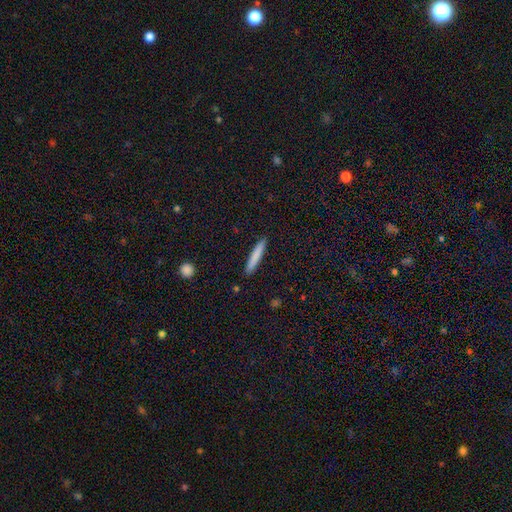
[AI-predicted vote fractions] smooth_or_featured: smooth (p=0.79) [alt: featured or disk p=0.15]
how_rounded: cigar-shaped (p=0.94) [alt: in between p=0.05]
merging: none (p=0.91) [alt: minor disturbance p=0.06]